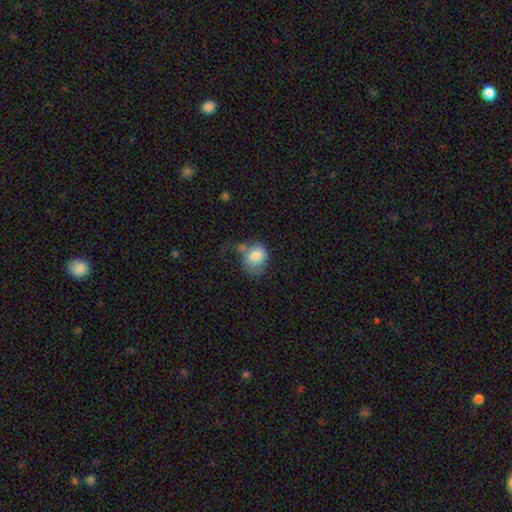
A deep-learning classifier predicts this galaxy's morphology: smooth 76%, featured or disk 16%, star or artifact 8%. Down the decision tree: how rounded — in between (54%); merging — major disturbance (37%).